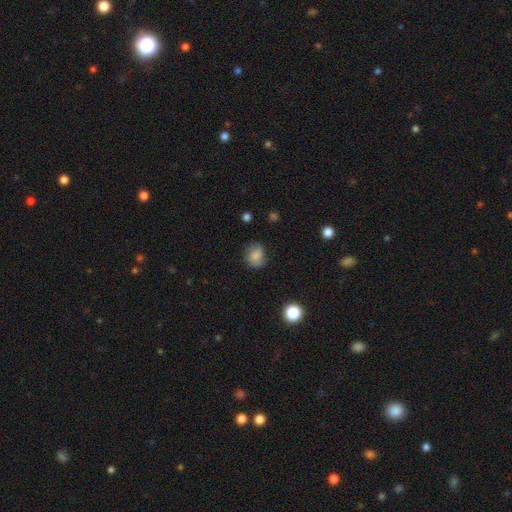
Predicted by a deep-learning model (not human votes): A smooth galaxy with no disk features (77%) that is round (66%). Merging: none (67%).